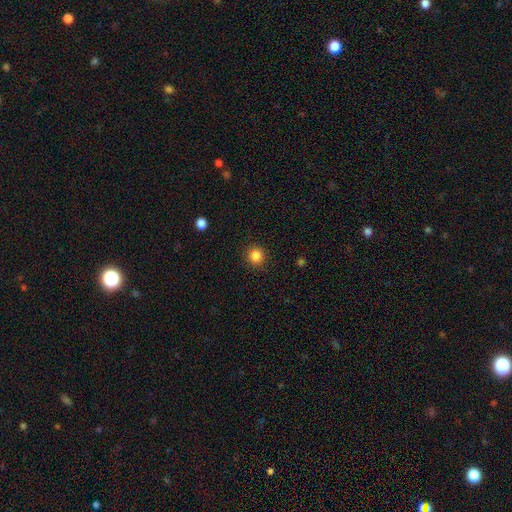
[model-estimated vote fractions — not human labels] Q: Smooth or featured?
A: smooth (84%); runner-up: star or artifact (12%)
Q: How rounded?
A: round (93%); runner-up: in between (6%)
Q: Merging?
A: none (90%); runner-up: minor disturbance (7%)